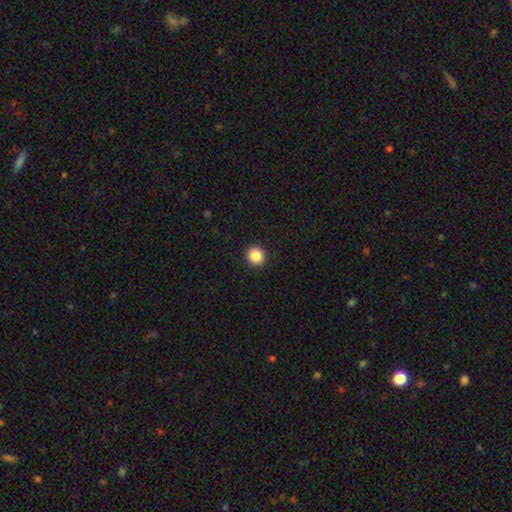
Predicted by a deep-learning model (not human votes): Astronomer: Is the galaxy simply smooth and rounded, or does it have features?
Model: smooth — 86%.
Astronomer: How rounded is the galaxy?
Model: round — 88%.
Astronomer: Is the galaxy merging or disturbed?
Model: none — 93%.